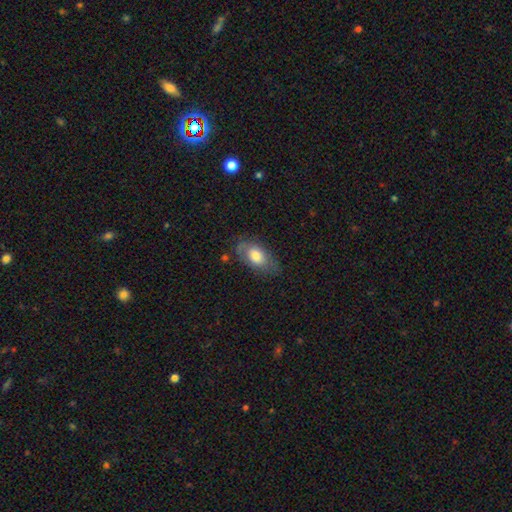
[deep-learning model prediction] smooth_or_featured: smooth (p=0.66) [alt: featured or disk p=0.27]
how_rounded: in between (p=0.91) [alt: round p=0.06]
merging: none (p=0.66) [alt: minor disturbance p=0.24]